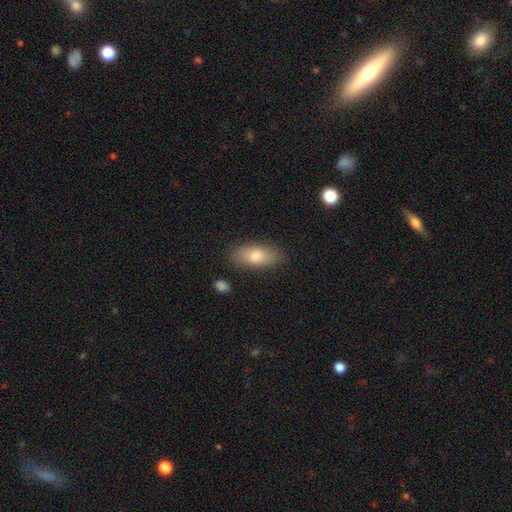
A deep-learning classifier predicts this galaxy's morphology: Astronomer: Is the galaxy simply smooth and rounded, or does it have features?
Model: smooth — 78%.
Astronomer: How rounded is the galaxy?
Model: in between — 84%.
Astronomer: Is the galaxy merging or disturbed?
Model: none — 84%.